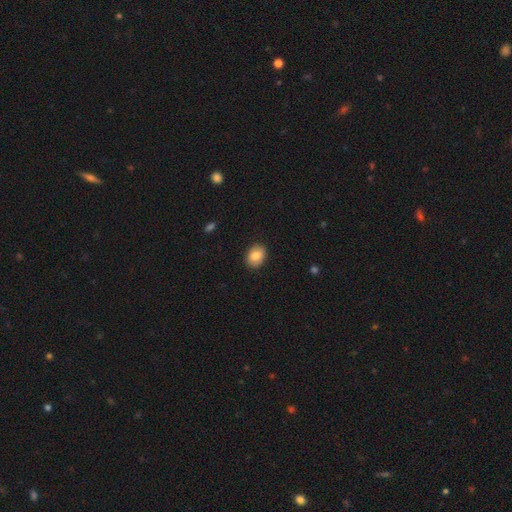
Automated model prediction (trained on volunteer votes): Morphology: type=smooth (84%); roundness=in between (69%); merging=none (88%).